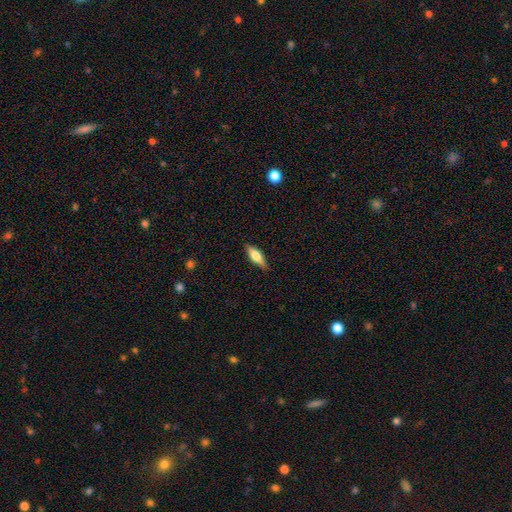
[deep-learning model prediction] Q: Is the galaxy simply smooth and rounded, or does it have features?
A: smooth — 53%.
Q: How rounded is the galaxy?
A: in between — 53%.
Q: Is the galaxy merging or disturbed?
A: none — 85%.